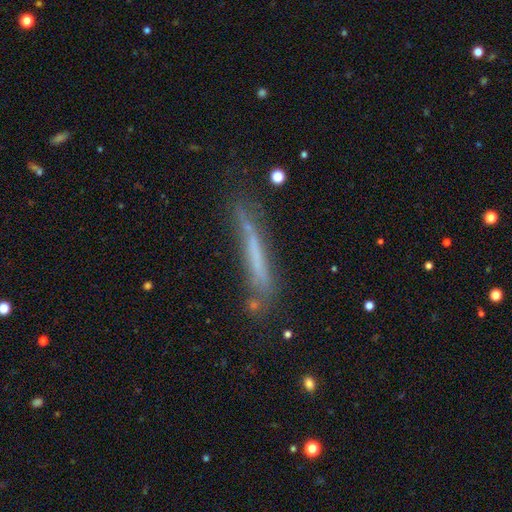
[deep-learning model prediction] smooth 47%, featured or disk 44%, star or artifact 9%. Down the decision tree: merging — none (66%).